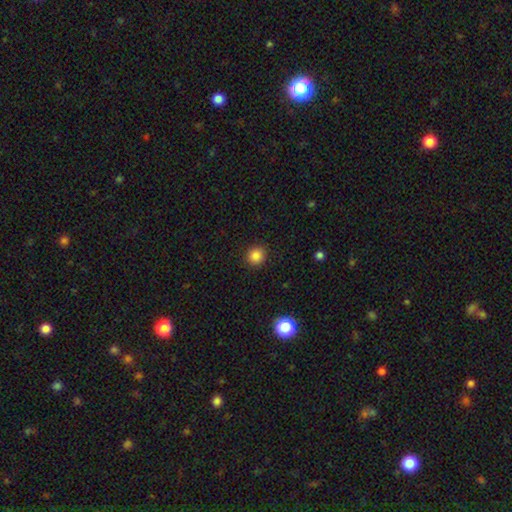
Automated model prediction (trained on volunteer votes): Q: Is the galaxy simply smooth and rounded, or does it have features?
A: smooth — 85%.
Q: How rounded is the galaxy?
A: round — 91%.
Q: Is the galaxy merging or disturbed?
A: none — 91%.